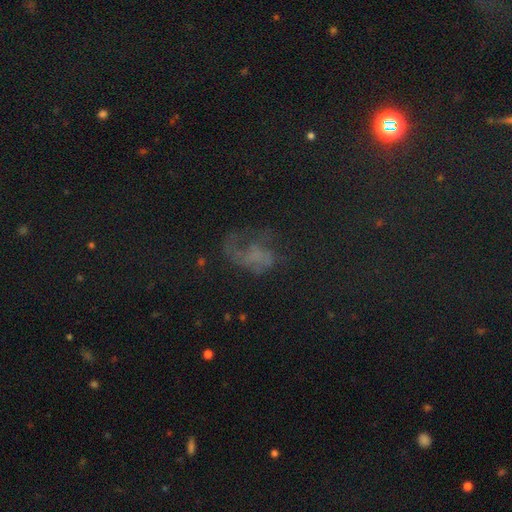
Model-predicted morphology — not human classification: smooth_or_featured: featured or disk (p=0.45) [alt: star or artifact p=0.27]
merging: major disturbance (p=0.40) [alt: none p=0.36]